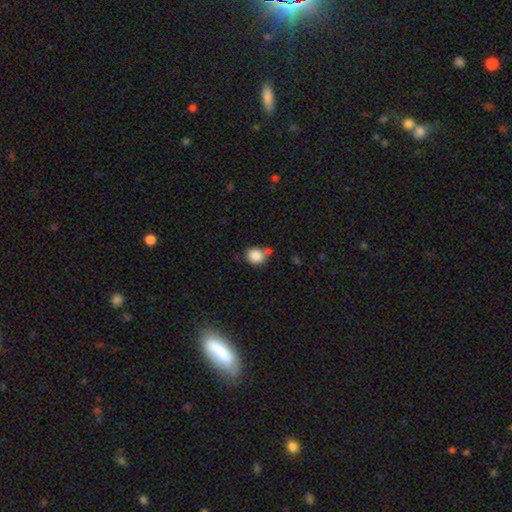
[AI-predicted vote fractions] This appears to be a smooth galaxy with no disk features (86%) that is round (66%). Merging: none (63%).